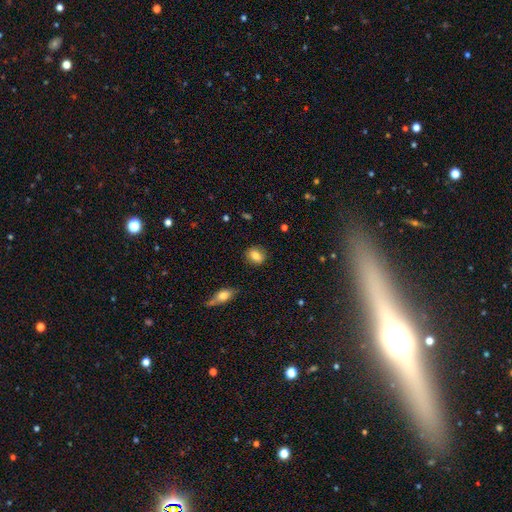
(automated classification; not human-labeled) Overall: smooth (81%). How rounded: in between (55%; round 42%). Merging: none (84%).